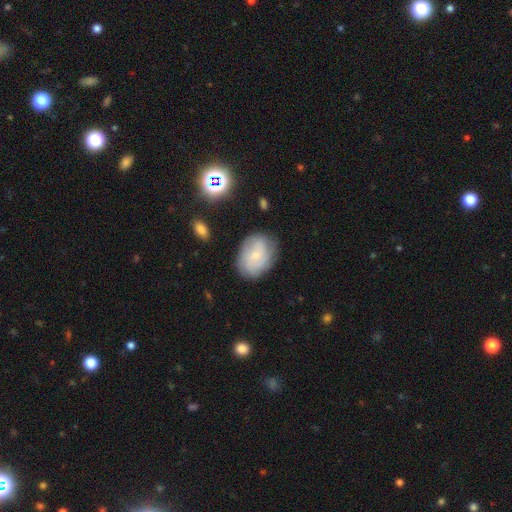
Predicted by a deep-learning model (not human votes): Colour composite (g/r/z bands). It shows a featured or disk galaxy (48%). Merging: none (73%).